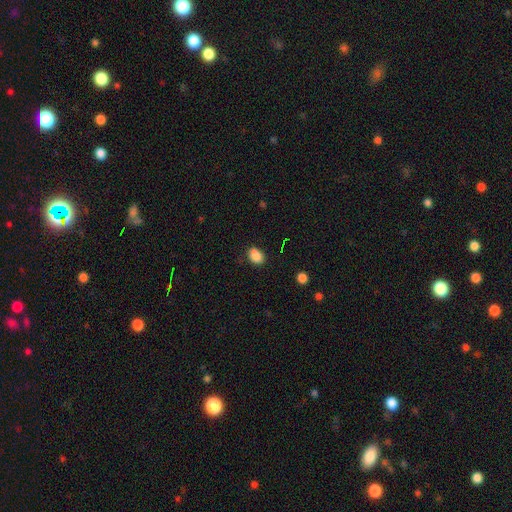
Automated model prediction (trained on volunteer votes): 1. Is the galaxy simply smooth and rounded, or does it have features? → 86% smooth, 10% star or artifact, 4% featured or disk.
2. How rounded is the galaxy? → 76% in between, 23% round, 1% cigar-shaped.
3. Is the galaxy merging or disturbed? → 76% none, 18% minor disturbance, 3% major disturbance, 2% merger.